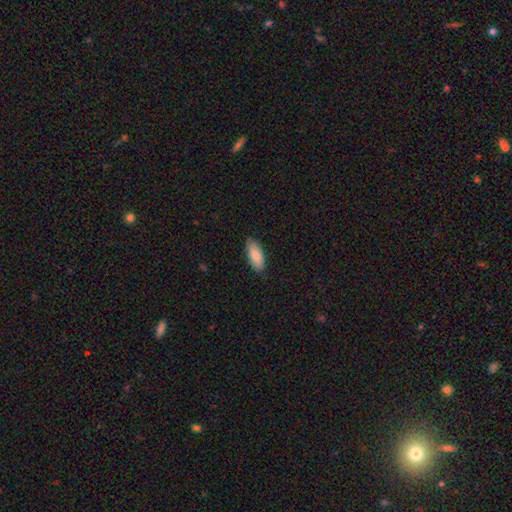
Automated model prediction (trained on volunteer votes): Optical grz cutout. It shows a smooth galaxy with no disk features (84%) that is in between round and cigar-shaped (87%). Merging: none (87%).